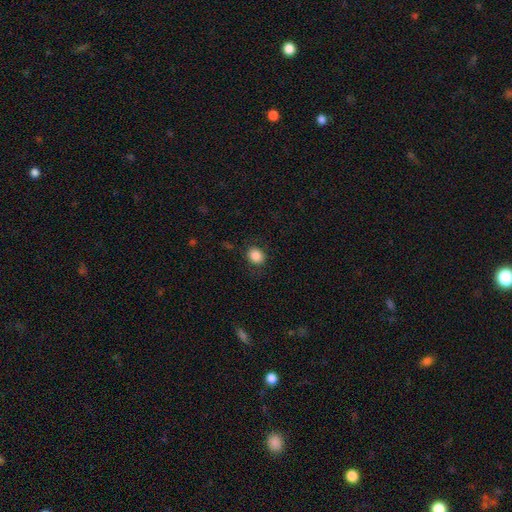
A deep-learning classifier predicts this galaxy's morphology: This is clearly a smooth galaxy (86%). How rounded: likely round (61%). Merging: clearly none (83%).